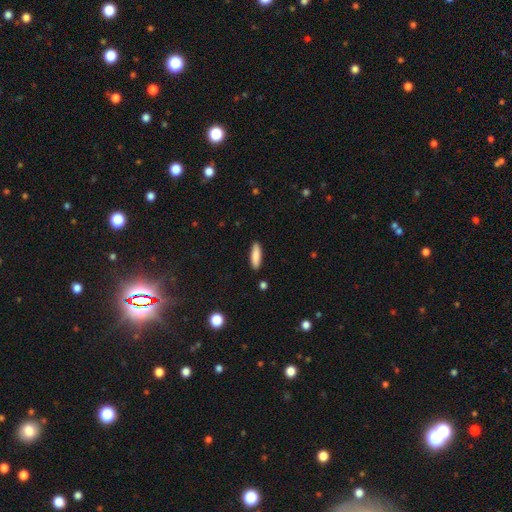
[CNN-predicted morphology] Overall: smooth (85%). How rounded: cigar-shaped (58%; in between 40%). Merging: none (89%).